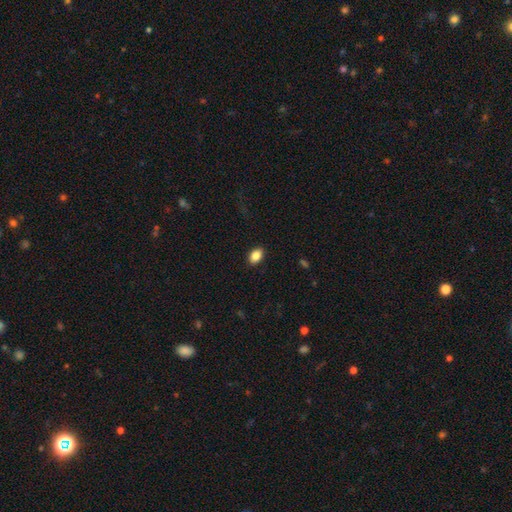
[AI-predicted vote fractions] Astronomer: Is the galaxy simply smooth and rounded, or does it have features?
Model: smooth — 86%.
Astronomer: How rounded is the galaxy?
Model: in between — 83%.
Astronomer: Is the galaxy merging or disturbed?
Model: none — 89%.